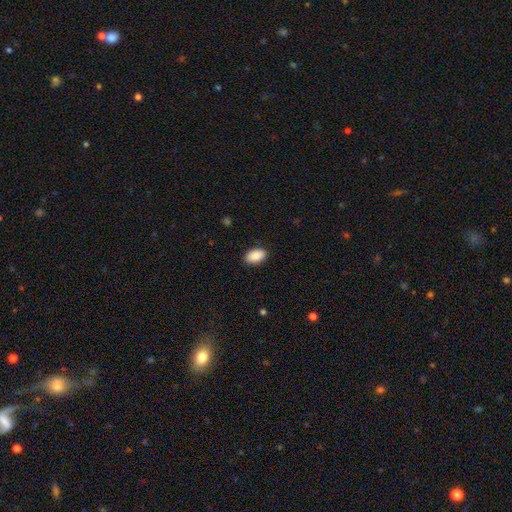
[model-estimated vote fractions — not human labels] A smooth galaxy with no disk features (90%) that is in between round and cigar-shaped (94%). Merging: none (90%).